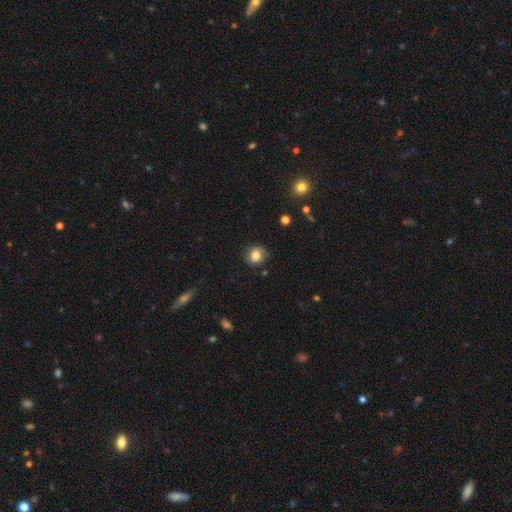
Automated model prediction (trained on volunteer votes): Smooth or featured? smooth (79%)
How rounded? round (72%)
Merging? none (75%)